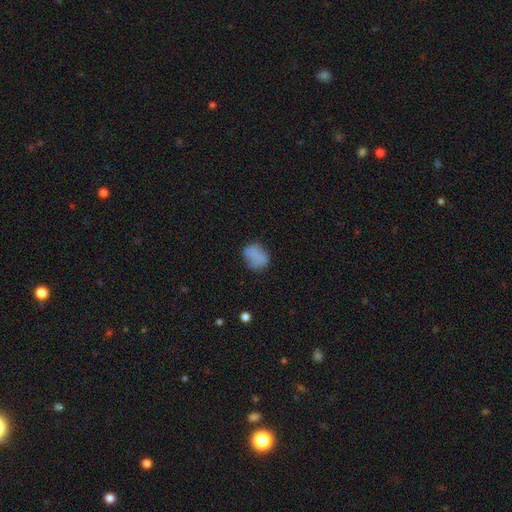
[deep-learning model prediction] Q: Smooth or featured?
A: smooth (81%); runner-up: star or artifact (10%)
Q: How rounded?
A: round (50%); runner-up: in between (49%)
Q: Merging?
A: none (69%); runner-up: minor disturbance (22%)